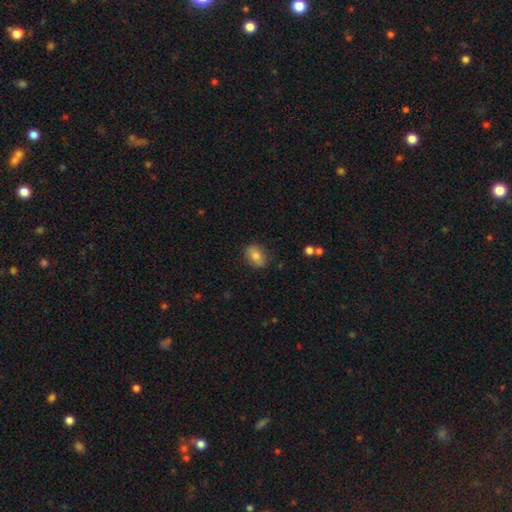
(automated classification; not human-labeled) Overall: smooth (79%). How rounded: in between (81%). Merging: none (83%).